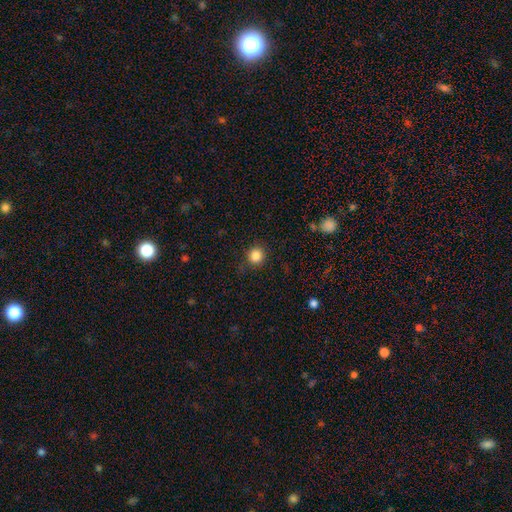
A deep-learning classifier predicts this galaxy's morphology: The model was most divided on "smooth or featured": smooth: 85%, star or artifact: 11%, featured or disk: 4%. More confident: how rounded — round (91%); merging — none (86%).